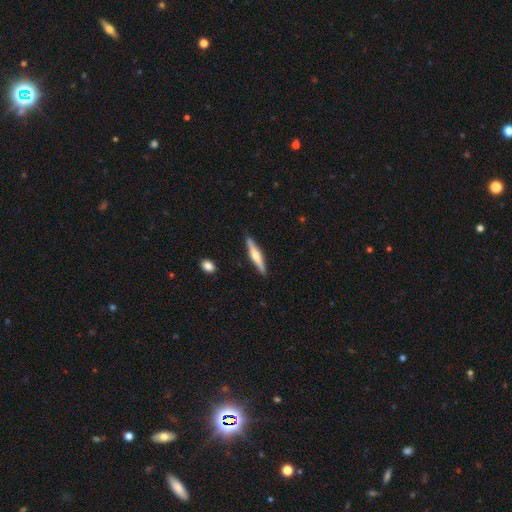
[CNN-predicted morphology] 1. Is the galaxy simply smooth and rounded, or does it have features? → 56% featured or disk, 38% smooth, 6% star or artifact.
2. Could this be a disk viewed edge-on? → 96% yes, 4% no.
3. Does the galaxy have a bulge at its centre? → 82% rounded, 11% boxy, 7% none.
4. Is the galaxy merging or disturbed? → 89% none, 8% minor disturbance, 2% major disturbance, 1% merger.